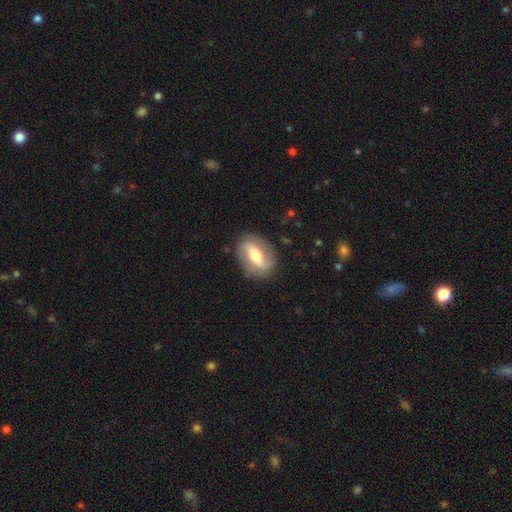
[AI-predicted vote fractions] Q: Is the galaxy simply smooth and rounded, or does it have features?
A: featured or disk — 67%.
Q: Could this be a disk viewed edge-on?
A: no — 91%.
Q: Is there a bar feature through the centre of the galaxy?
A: strong — 48%.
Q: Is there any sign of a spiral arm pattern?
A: yes — 74%.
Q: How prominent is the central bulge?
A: moderate — 62%.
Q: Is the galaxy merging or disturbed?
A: none — 84%.